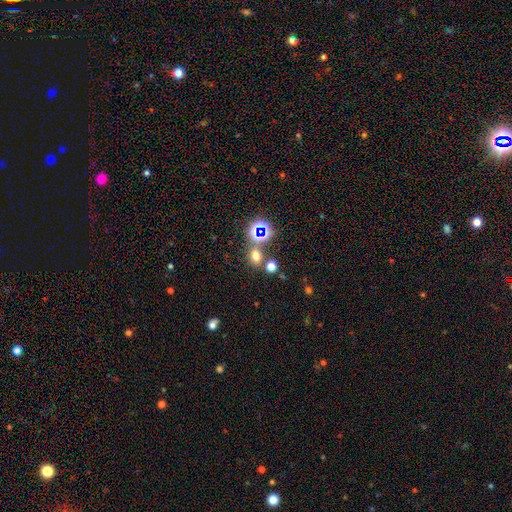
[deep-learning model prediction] Smooth or featured? smooth (61%)
How rounded? round (62%)
Merging? none (70%)